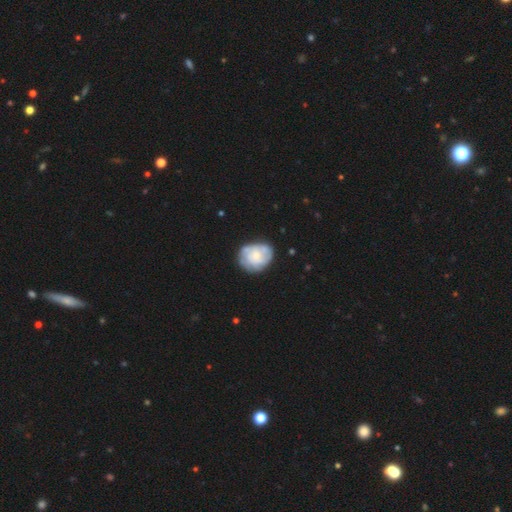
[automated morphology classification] smooth_or_featured: featured or disk (p=0.50) [alt: smooth p=0.44]
merging: none (p=0.66) [alt: minor disturbance p=0.23]